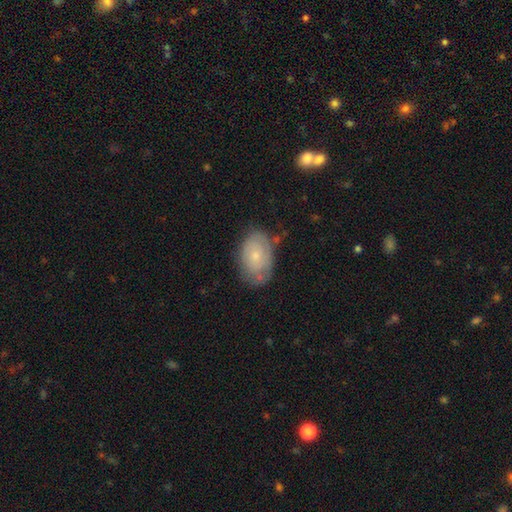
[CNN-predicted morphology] Q: Smooth or featured?
A: smooth (59%); runner-up: featured or disk (34%)
Q: How rounded?
A: in between (89%); runner-up: round (10%)
Q: Merging?
A: none (64%); runner-up: minor disturbance (26%)